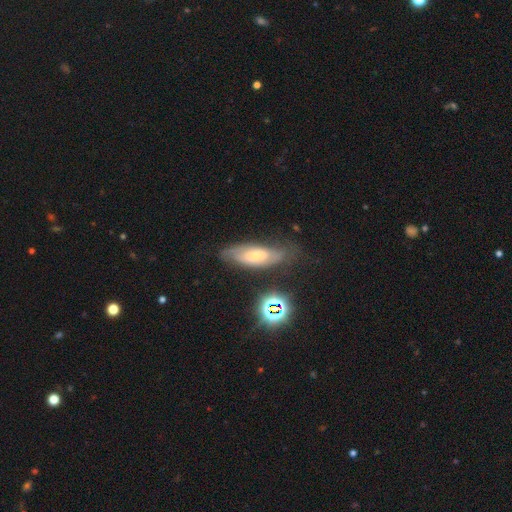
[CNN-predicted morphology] Smooth or featured?
  - featured or disk: 53% *
  - smooth: 33%
  - star or artifact: 15%
Edge-on disk?
  - no: 74% *
  - yes: 26%
Merging?
  - none: 66% *
  - minor disturbance: 23%
  - major disturbance: 8%
  - merger: 3%